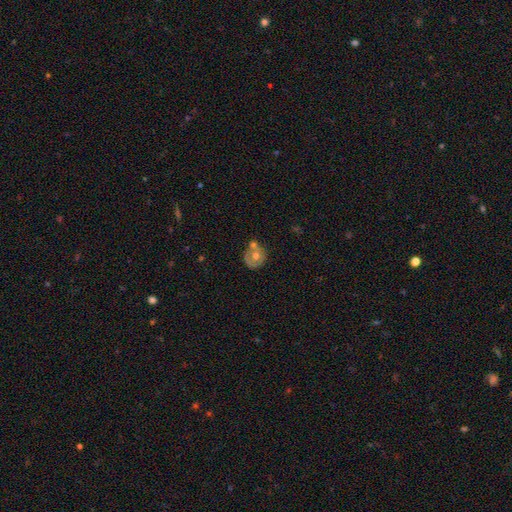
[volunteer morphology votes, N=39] This appears to be a featured or disk galaxy (56%) with no bar (80%), no spiral arms (90%) and a moderate central bulge (80%). Merging: none (54%).